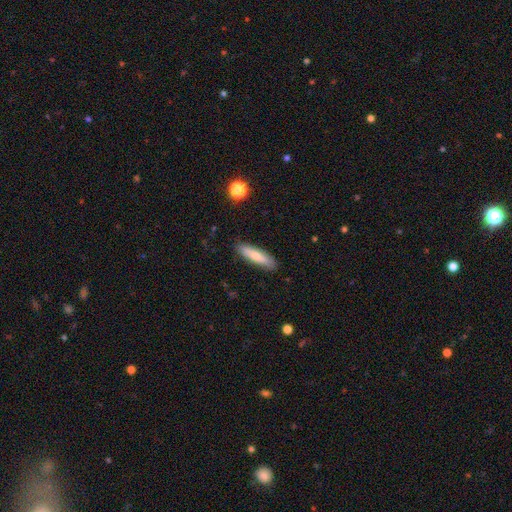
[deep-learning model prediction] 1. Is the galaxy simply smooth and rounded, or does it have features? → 70% smooth, 23% featured or disk, 6% star or artifact.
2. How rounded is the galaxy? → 72% cigar-shaped, 26% in between, 2% round.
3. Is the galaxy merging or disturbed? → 88% none, 9% minor disturbance, 2% major disturbance, 1% merger.